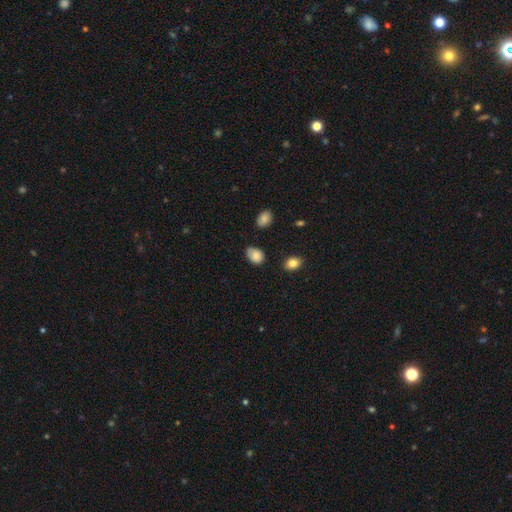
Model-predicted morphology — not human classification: smooth 83%, star or artifact 9%, featured or disk 8%. Down the decision tree: how rounded — in between (73%); merging — none (63%).